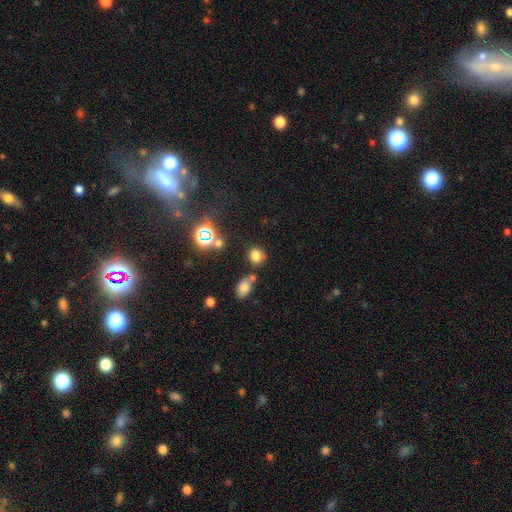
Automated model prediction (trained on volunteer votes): Overall: smooth (74%). How rounded: round (64%; in between 35%). Merging: none (73%).